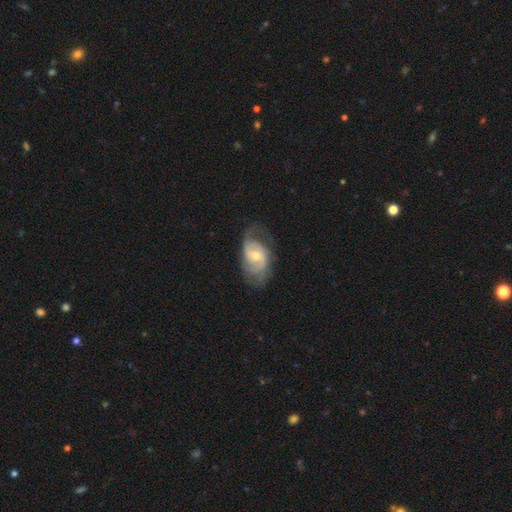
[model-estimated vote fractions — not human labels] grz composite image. It shows a featured or disk galaxy (77%) with no bar (49%), 2 (64%) medium (44%) spiral arms (89%) and a moderate central bulge (55%). Merging: none (59%).